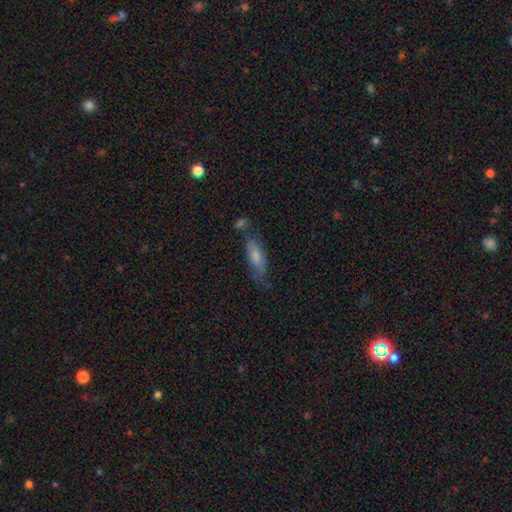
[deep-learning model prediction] smooth-or-featured: smooth: 56% | featured or disk: 34% | star or artifact: 10%
  how-rounded: cigar-shaped: 50% | in between: 47% | round: 3%
  merging: none: 60% | minor disturbance: 23% | major disturbance: 9% | merger: 8%